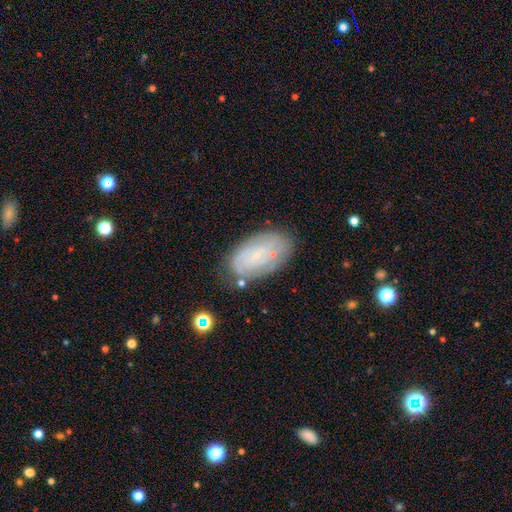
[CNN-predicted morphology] The model was most divided on "smooth or featured": featured or disk: 51%, smooth: 40%, star or artifact: 9%. More confident: edge-on disk — no (93%); merging — none (72%).